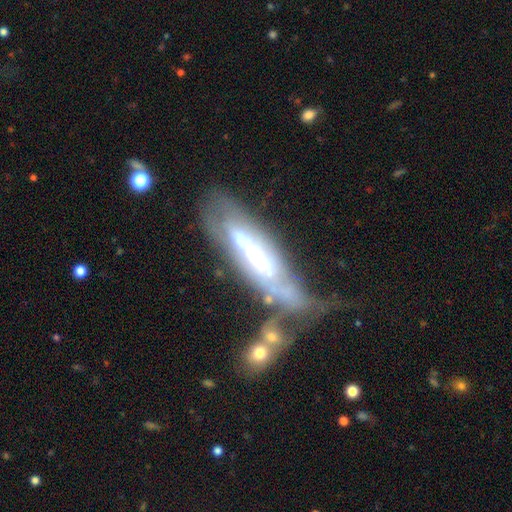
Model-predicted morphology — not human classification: Smooth or featured?
  - featured or disk: 64% *
  - smooth: 27%
  - star or artifact: 9%
Edge-on disk?
  - no: 64% *
  - yes: 36%
Merging?
  - major disturbance: 30% *
  - none: 26%
  - minor disturbance: 24%
  - merger: 20%